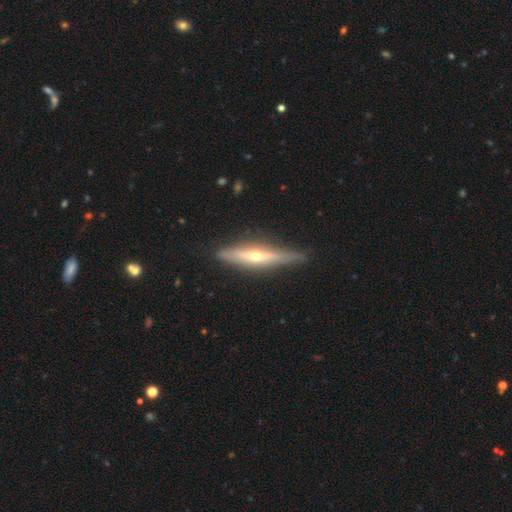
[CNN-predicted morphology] featured or disk 71%, smooth 23%, star or artifact 6%. Down the decision tree: edge-on disk — yes (93%); edge-on bulge — rounded (85%); merging — none (79%).